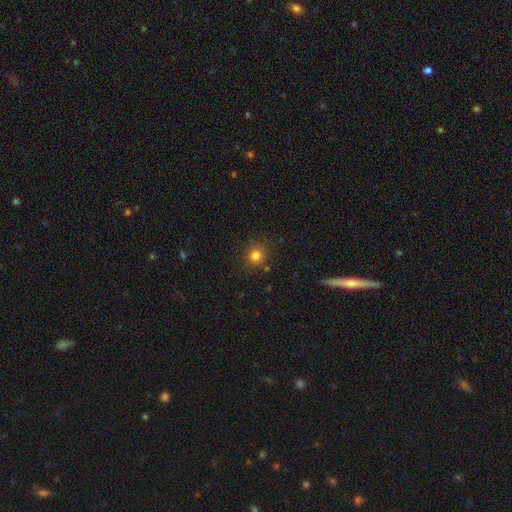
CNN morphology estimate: Smooth or featured? smooth (82%)
How rounded? round (88%)
Merging? none (85%)